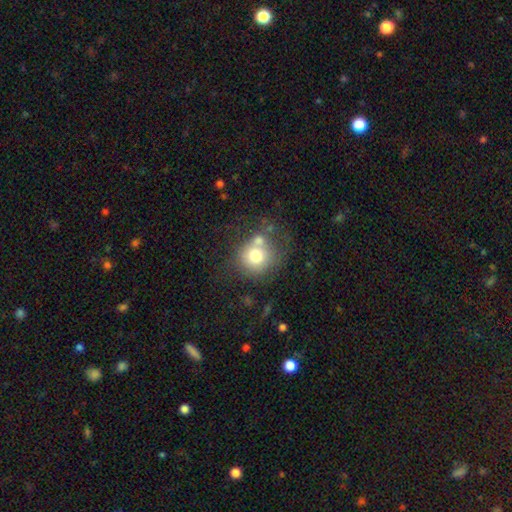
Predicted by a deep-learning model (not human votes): smooth 70%, featured or disk 18%, star or artifact 11%. Down the decision tree: how rounded — round (86%); merging — none (47%).